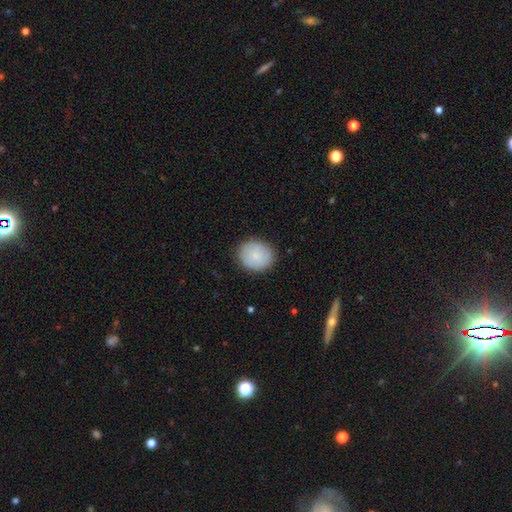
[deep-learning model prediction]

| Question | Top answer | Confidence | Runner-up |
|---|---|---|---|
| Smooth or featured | smooth | 81% | featured or disk (12%) |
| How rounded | round | 70% | in between (29%) |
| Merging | none | 86% | minor disturbance (10%) |